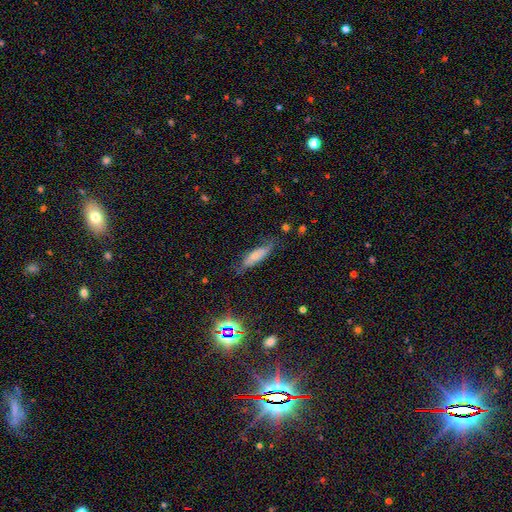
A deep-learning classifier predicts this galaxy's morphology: Smooth or featured? Predicted: smooth (p=0.57). How rounded? Predicted: cigar-shaped (p=0.51). Merging? Predicted: none (p=0.64).